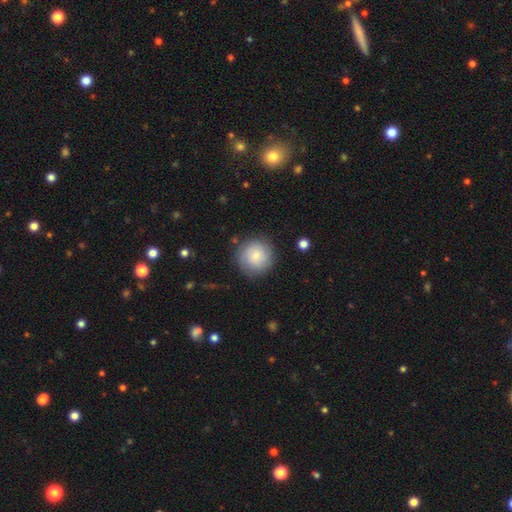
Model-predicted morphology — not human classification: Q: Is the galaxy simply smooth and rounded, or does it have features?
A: smooth — 74%.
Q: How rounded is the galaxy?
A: round — 94%.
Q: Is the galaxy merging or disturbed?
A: none — 84%.